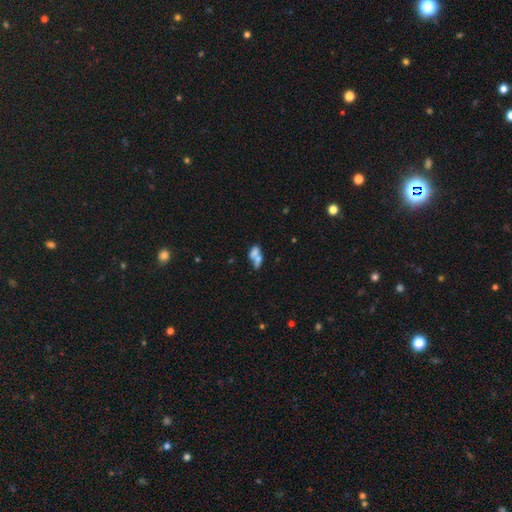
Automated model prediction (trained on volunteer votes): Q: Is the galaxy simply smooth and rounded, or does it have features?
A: smooth — 59%.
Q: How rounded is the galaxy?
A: in between — 74%.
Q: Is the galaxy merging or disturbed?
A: merger — 59%.